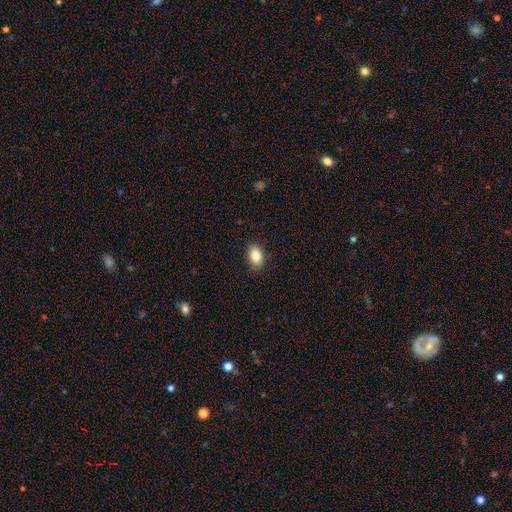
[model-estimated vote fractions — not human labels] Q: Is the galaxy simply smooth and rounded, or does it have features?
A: smooth — 85%.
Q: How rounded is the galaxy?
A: in between — 85%.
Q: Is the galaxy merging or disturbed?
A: none — 87%.